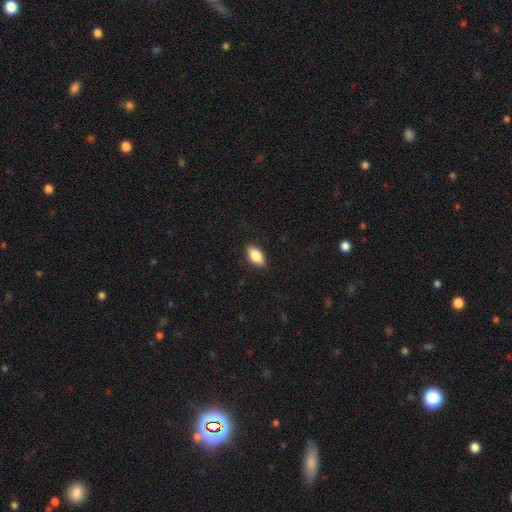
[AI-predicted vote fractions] Smooth or featured? Predicted: smooth (p=0.83). How rounded? Predicted: in between (p=0.91). Merging? Predicted: none (p=0.87).